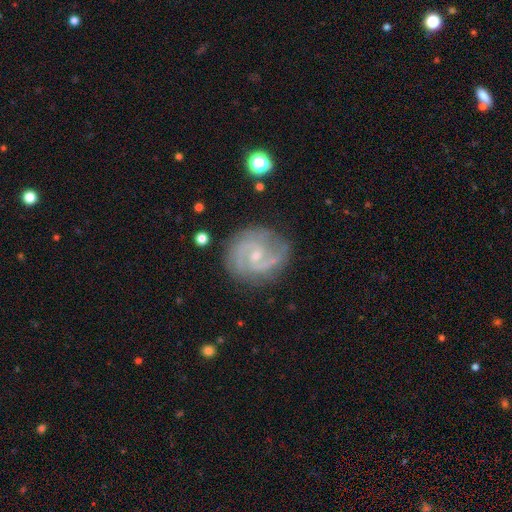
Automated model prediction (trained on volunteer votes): Smooth or featured?
  - featured or disk: 89% *
  - smooth: 6%
  - star or artifact: 6%
Edge-on disk?
  - no: 98% *
  - yes: 2%
Bar?
  - no: 49% *
  - weak: 42%
  - strong: 9%
Spiral arms?
  - yes: 98% *
  - no: 2%
Spiral winding?
  - medium: 51% *
  - tight: 38%
  - loose: 11%
Spiral arm count?
  - 2: 77% *
  - 3: 9%
  - can't tell: 7%
  - 1: 2%
  - 4: 2%
  - more than 4: 2%
Bulge size?
  - small: 73% *
  - moderate: 23%
  - none: 2%
  - large: 1%
  - dominant: 1%
Merging?
  - none: 79% *
  - minor disturbance: 14%
  - major disturbance: 5%
  - merger: 2%